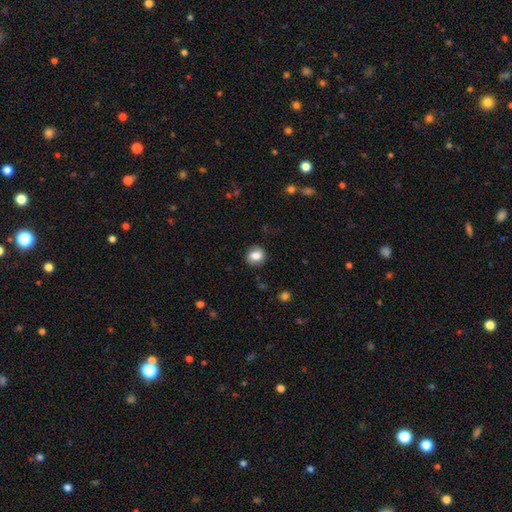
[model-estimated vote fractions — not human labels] A smooth galaxy with no disk features (84%) that is round (78%). Merging: none (88%).